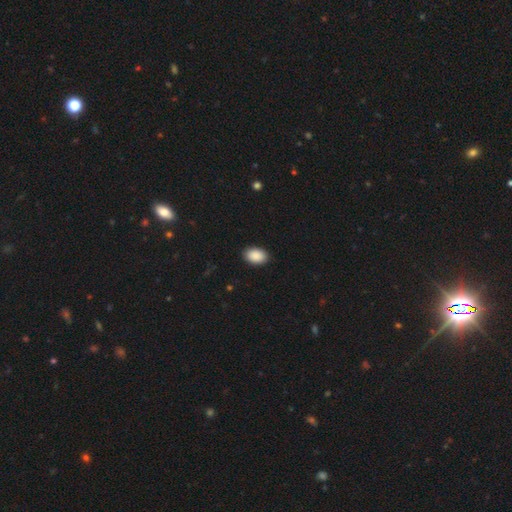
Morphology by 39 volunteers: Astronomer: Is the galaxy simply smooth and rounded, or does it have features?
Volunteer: smooth — 92%.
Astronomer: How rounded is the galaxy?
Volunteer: in between — 94%.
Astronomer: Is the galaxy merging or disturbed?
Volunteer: none — 97%.